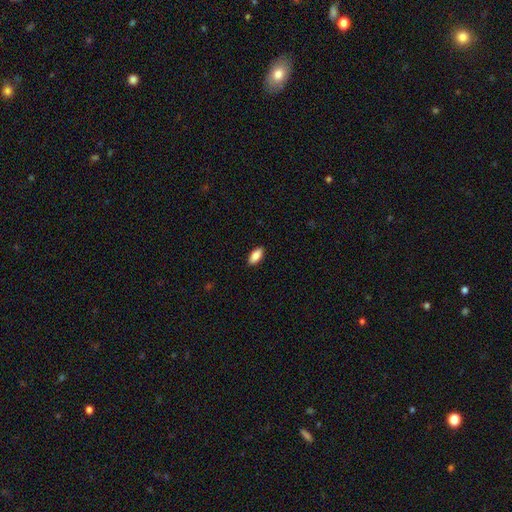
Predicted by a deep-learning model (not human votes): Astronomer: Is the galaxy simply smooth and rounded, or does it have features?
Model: smooth — 87%.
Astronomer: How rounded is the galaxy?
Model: in between — 89%.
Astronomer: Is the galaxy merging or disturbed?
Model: none — 90%.